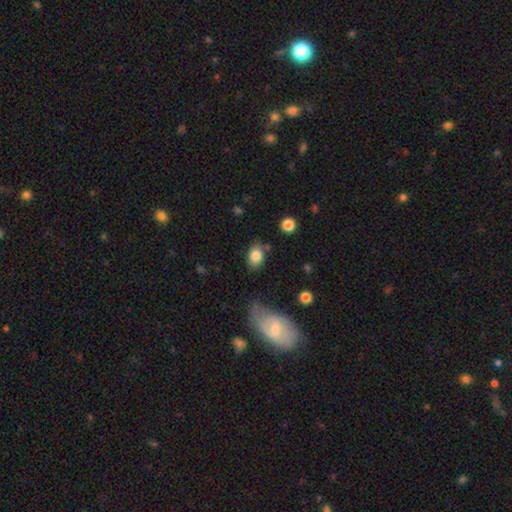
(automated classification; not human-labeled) A smooth galaxy with no disk features (83%) that is in between round and cigar-shaped (74%). Merging: none (72%).